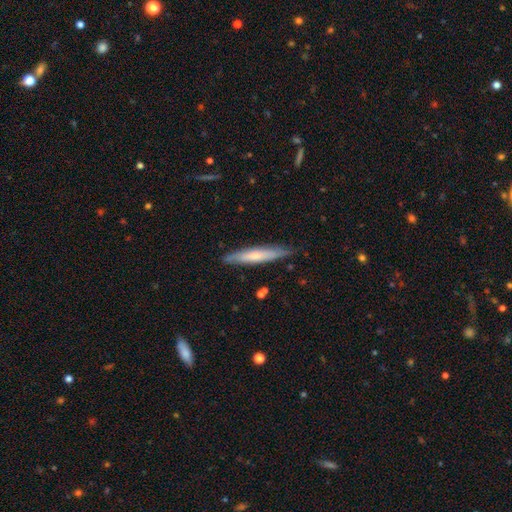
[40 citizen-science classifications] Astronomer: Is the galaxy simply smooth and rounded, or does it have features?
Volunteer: featured or disk — 52% (runner-up: smooth, 45%).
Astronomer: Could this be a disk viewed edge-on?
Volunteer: yes — 95%.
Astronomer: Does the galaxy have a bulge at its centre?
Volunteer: none — 55% (runner-up: rounded, 40%).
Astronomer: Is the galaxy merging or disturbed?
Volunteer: none — 90%.